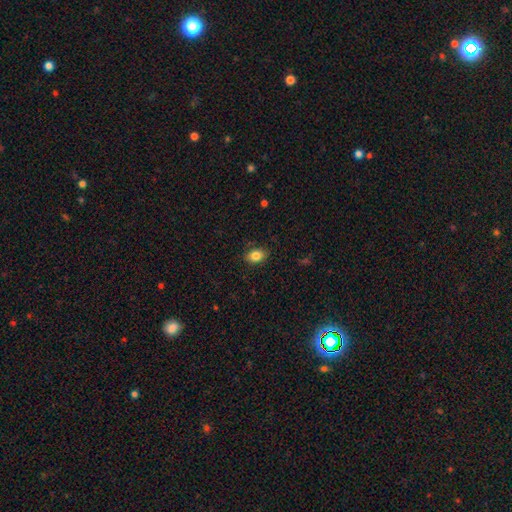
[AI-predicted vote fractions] Overall: smooth (84%). How rounded: in between (77%). Merging: none (84%).